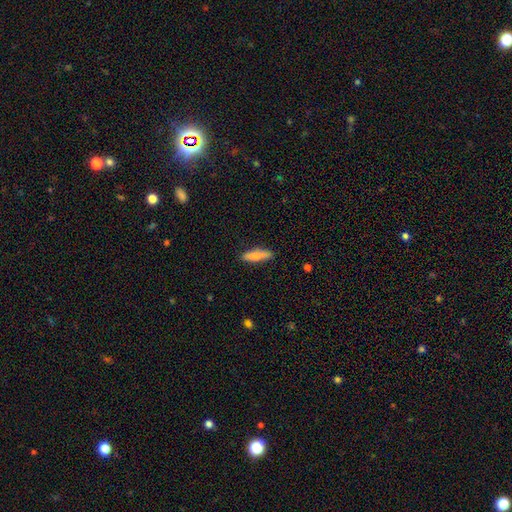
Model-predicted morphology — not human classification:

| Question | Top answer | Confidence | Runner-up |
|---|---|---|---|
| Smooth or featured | smooth | 76% | featured or disk (18%) |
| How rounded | cigar-shaped | 64% | in between (34%) |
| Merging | none | 86% | minor disturbance (11%) |